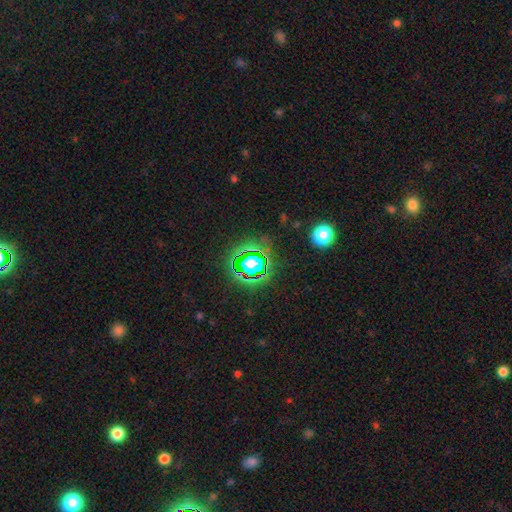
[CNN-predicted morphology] The model was most divided on "smooth or featured": star or artifact: 80%, smooth: 13%, featured or disk: 7%.